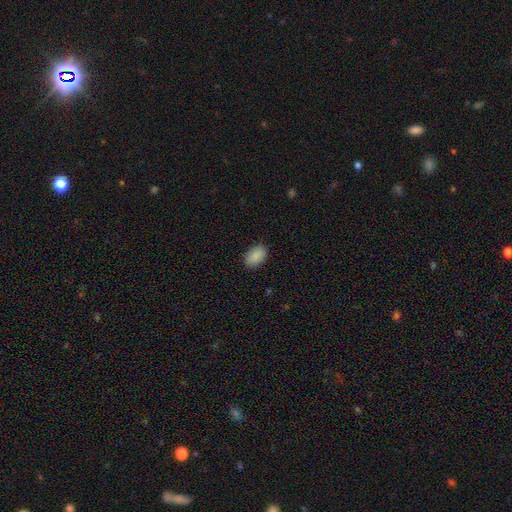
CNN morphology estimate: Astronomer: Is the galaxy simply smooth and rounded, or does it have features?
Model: smooth — 89%.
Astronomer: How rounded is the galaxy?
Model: in between — 91%.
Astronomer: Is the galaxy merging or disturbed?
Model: none — 87%.